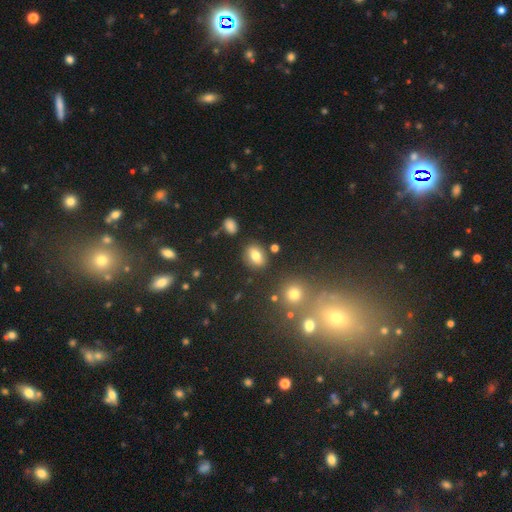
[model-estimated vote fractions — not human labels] smooth 77%, featured or disk 13%, star or artifact 11%. Down the decision tree: how rounded — in between (72%); merging — none (83%).